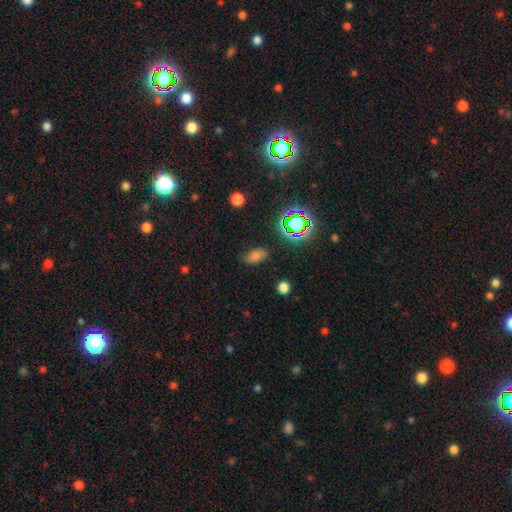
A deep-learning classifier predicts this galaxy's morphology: smooth 69%, star or artifact 21%, featured or disk 9%. Down the decision tree: how rounded — in between (90%); merging — none (79%).